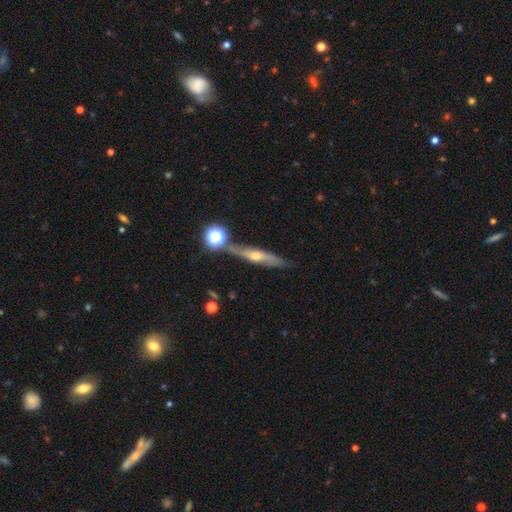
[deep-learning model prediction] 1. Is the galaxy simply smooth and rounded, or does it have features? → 67% featured or disk, 23% smooth, 10% star or artifact.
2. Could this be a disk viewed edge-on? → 86% yes, 14% no.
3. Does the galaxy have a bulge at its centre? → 86% rounded, 11% none, 4% boxy.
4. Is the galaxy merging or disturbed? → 77% none, 13% minor disturbance, 6% merger, 4% major disturbance.